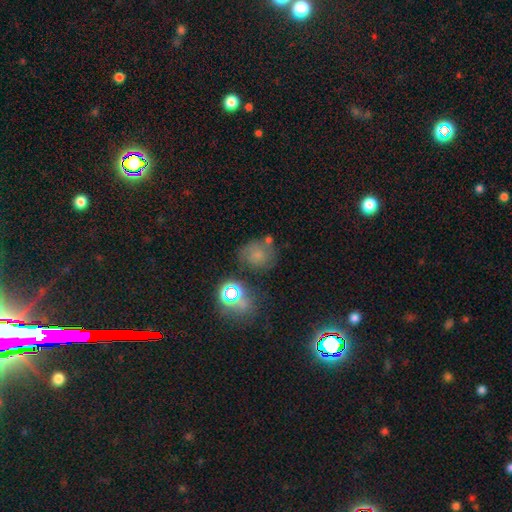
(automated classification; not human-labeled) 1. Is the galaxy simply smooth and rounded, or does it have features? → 60% smooth, 23% star or artifact, 17% featured or disk.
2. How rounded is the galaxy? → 73% round, 26% in between, 1% cigar-shaped.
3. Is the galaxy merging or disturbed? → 55% none, 20% minor disturbance, 15% merger, 10% major disturbance.